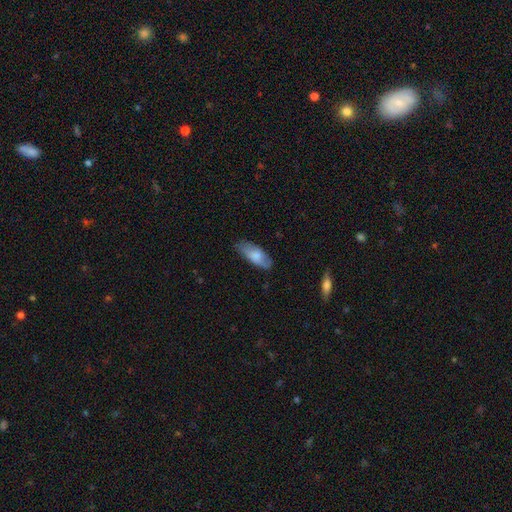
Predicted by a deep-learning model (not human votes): smooth-or-featured: smooth: 75% | featured or disk: 19% | star or artifact: 6%
  how-rounded: in between: 79% | cigar-shaped: 19% | round: 2%
  merging: none: 71% | minor disturbance: 24% | major disturbance: 5% | merger: 1%